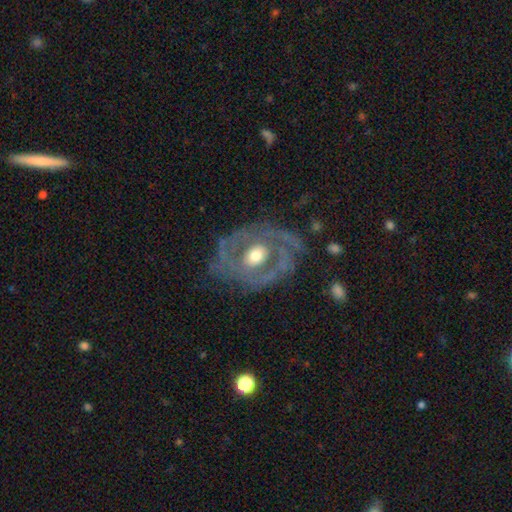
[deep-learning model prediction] Smooth or featured: featured or disk — 80% (smooth — 15%)
Edge-on disk: no — 96% (yes — 4%)
Bar: no — 63% (weak — 26%)
Spiral arms: yes — 65% (no — 35%)
Bulge size: moderate — 70% (small — 14%)
Merging: none — 67% (minor disturbance — 18%)